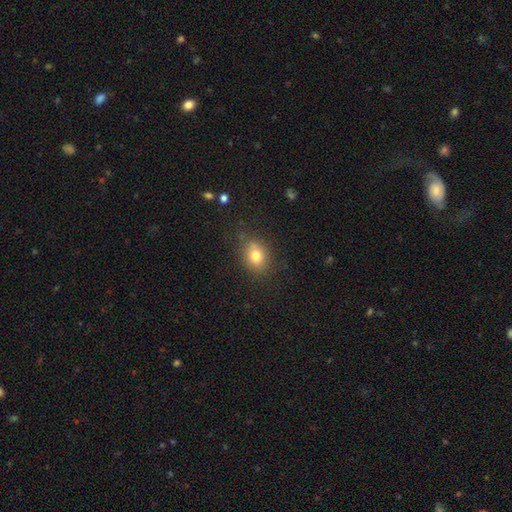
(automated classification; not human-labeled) smooth 77%, featured or disk 11%, star or artifact 11%. Down the decision tree: how rounded — in between (56%); merging — none (77%).